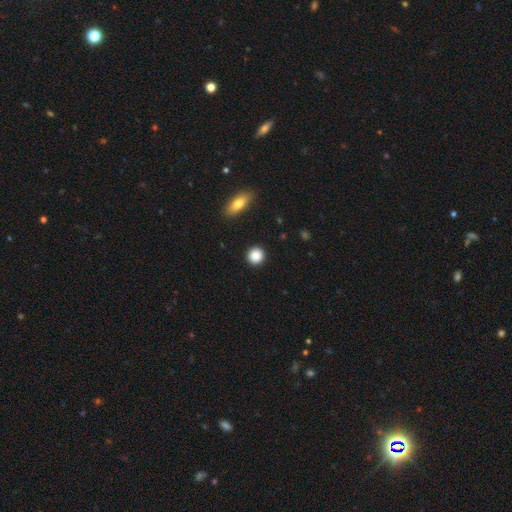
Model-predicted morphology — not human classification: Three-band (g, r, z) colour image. It shows a smooth galaxy with no disk features (87%) that is round (93%). Merging: none (91%).